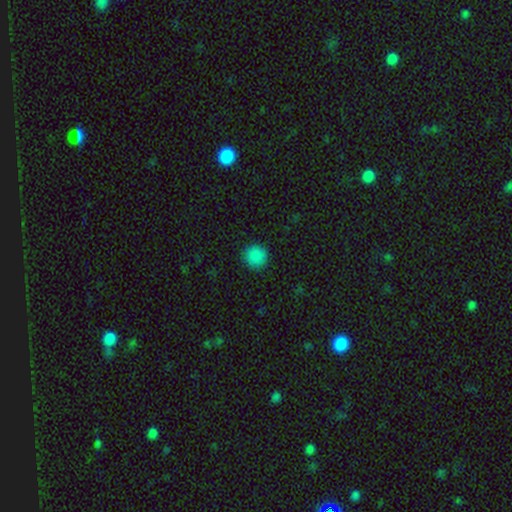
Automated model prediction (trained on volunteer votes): Smooth or featured? smooth (87%)
How rounded? round (94%)
Merging? none (92%)